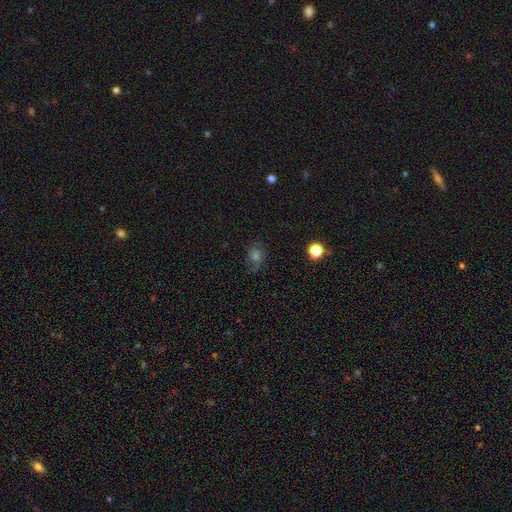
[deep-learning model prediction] Q: Smooth or featured?
A: smooth (52%); runner-up: star or artifact (27%)
Q: How rounded?
A: round (54%); runner-up: in between (45%)
Q: Merging?
A: none (73%); runner-up: minor disturbance (18%)